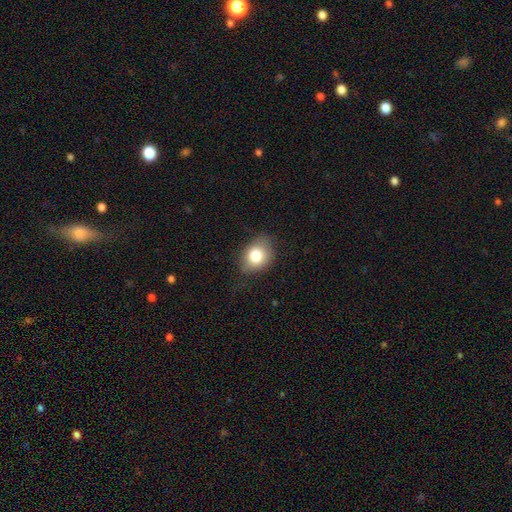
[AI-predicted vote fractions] Smooth or featured: smooth — 78% (featured or disk — 12%)
How rounded: in between — 59% (round — 40%)
Merging: none — 70% (minor disturbance — 23%)